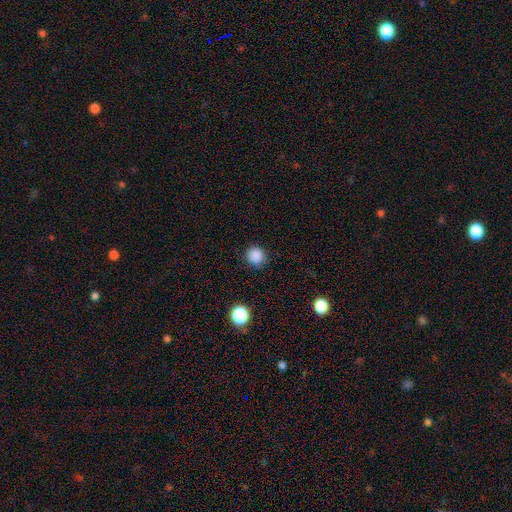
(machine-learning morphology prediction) This appears to be a smooth galaxy with no disk features (85%) that is round (93%). Merging: none (87%).